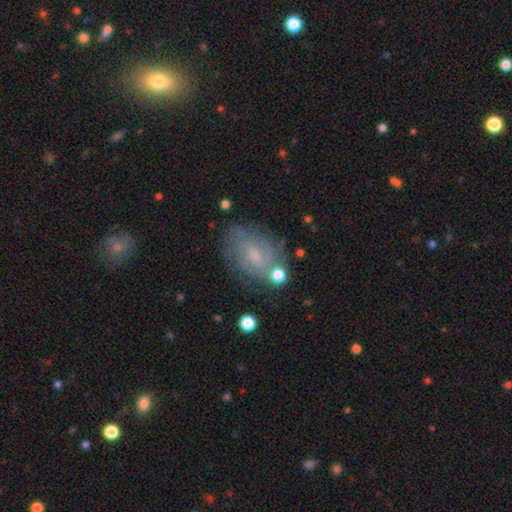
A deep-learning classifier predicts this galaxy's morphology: A featured or disk galaxy (63%) with no bar (47%), spiral arms (82%) and a small central bulge (53%).

Vote fractions:
- Smooth or featured? featured or disk: 63% / smooth: 26% / star or artifact: 11%
- Edge-on disk? no: 96% / yes: 4%
- Bar? no: 47% / weak: 45% / strong: 8%
- Spiral arms? yes: 82% / no: 18%
- Bulge size? small: 53% / moderate: 31% / none: 12% / large: 2% / dominant: 1%
- Merging? none: 68% / minor disturbance: 19% / major disturbance: 8% / merger: 5%